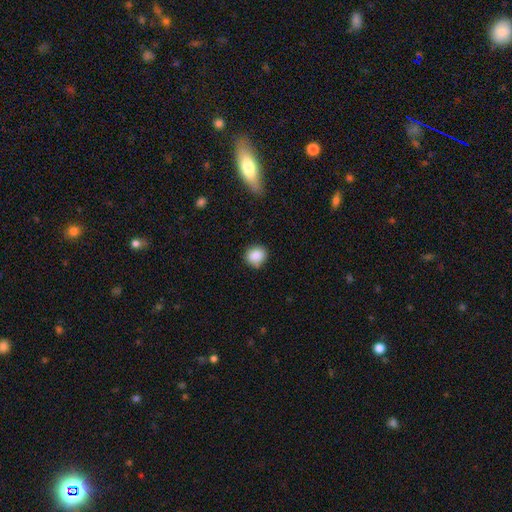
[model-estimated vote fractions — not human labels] smooth 87%, star or artifact 9%, featured or disk 4%. Down the decision tree: how rounded — round (75%); merging — none (77%).